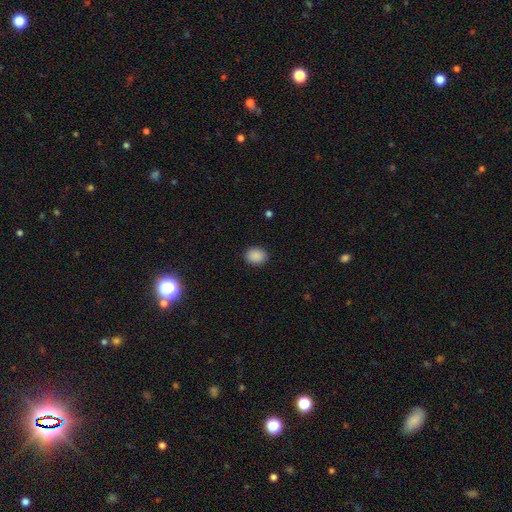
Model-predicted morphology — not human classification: The model was most divided on "how rounded": in between: 50%, round: 49%, cigar-shaped: 1%. More confident: merging — none (89%); smooth or featured — smooth (89%).